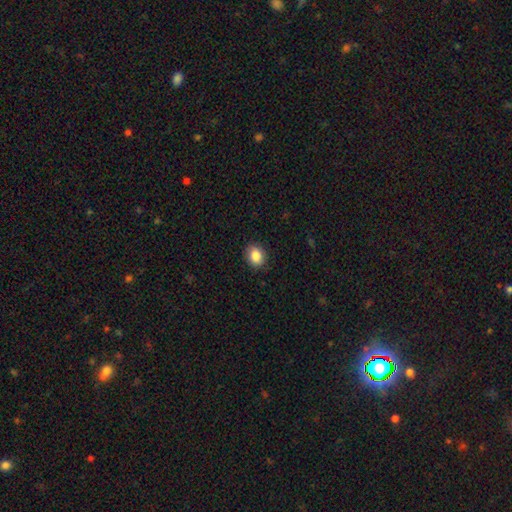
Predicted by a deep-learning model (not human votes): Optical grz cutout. It shows a smooth galaxy with no disk features (86%) that is round (52%). Merging: none (88%).